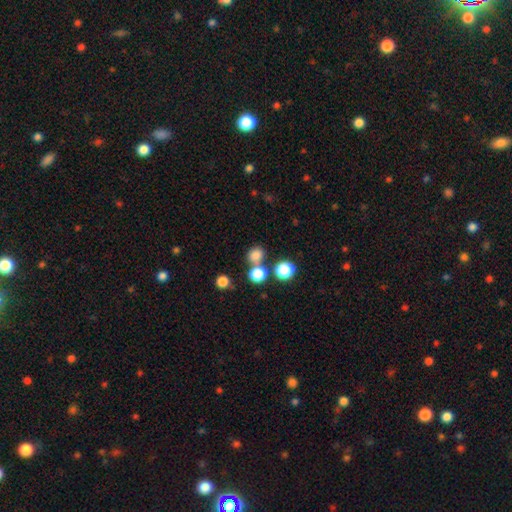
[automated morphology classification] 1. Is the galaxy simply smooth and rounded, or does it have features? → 79% smooth, 15% star or artifact, 6% featured or disk.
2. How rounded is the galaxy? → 71% round, 28% in between, 1% cigar-shaped.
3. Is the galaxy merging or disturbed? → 59% none, 28% merger, 9% minor disturbance, 4% major disturbance.